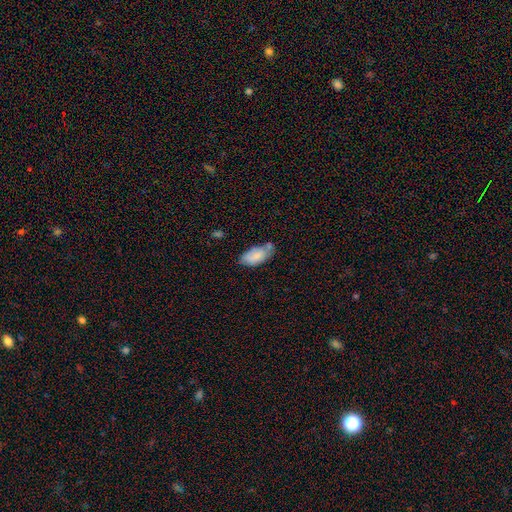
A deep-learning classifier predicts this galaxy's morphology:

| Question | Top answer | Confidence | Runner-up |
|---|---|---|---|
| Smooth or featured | smooth | 78% | featured or disk (15%) |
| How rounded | in between | 93% | cigar-shaped (5%) |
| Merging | none | 49% | minor disturbance (29%) |